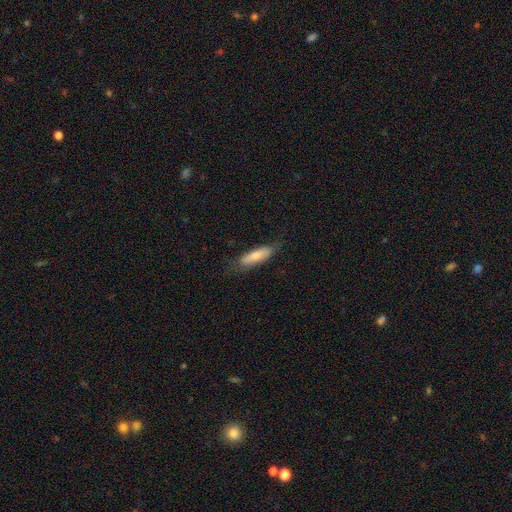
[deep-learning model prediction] smooth-or-featured: smooth: 71% | featured or disk: 23% | star or artifact: 6%
  how-rounded: cigar-shaped: 58% | in between: 40% | round: 2%
  merging: none: 71% | minor disturbance: 21% | major disturbance: 6% | merger: 1%